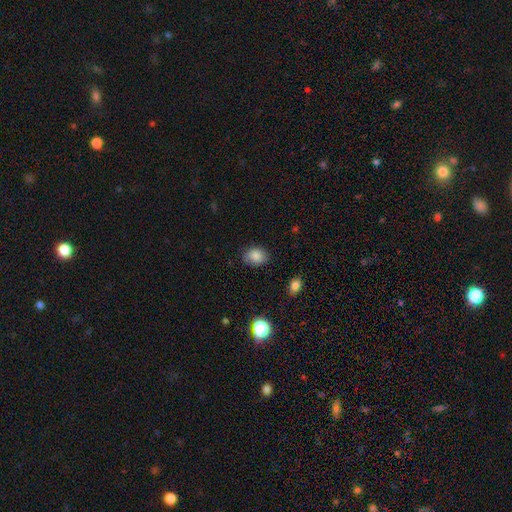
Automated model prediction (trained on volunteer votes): Q: Smooth or featured?
A: smooth (85%); runner-up: star or artifact (9%)
Q: How rounded?
A: in between (63%); runner-up: round (36%)
Q: Merging?
A: none (78%); runner-up: minor disturbance (17%)